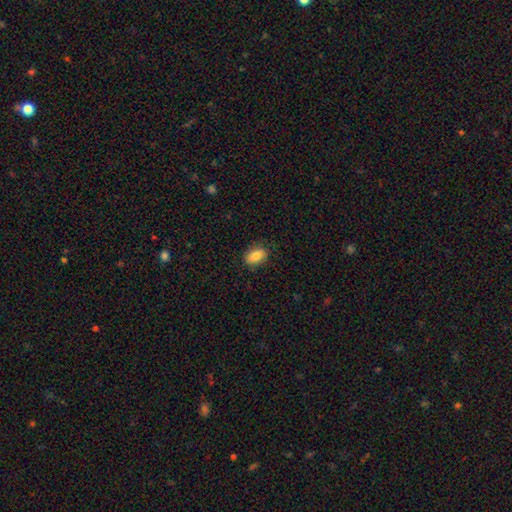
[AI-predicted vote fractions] Overall: smooth (83%). How rounded: in between (89%). Merging: none (84%).